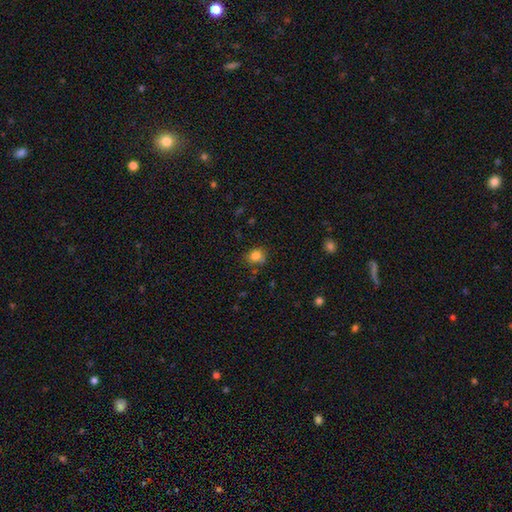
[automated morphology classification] smooth_or_featured: smooth (p=0.82) [alt: star or artifact p=0.12]
how_rounded: round (p=0.63) [alt: in between p=0.36]
merging: none (p=0.70) [alt: minor disturbance p=0.19]